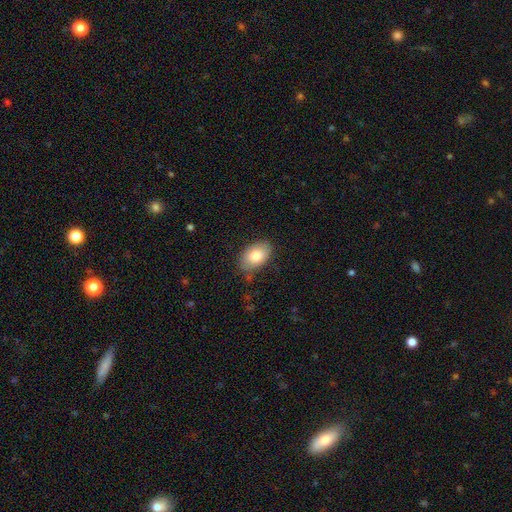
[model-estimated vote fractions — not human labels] Smooth or featured: smooth — 81% (featured or disk — 12%)
How rounded: in between — 89% (round — 9%)
Merging: none — 79% (minor disturbance — 16%)